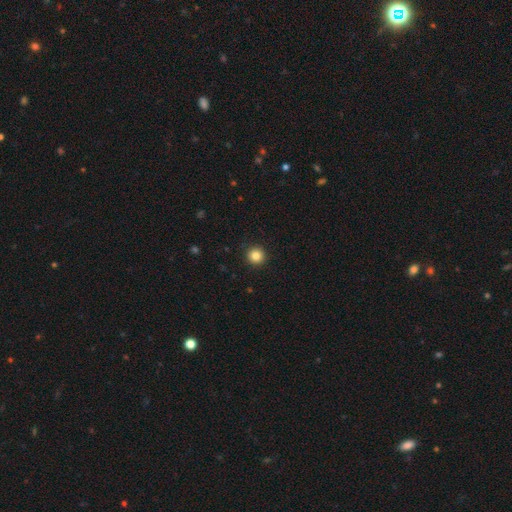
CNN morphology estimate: The model was most divided on "smooth or featured": smooth: 84%, star or artifact: 11%, featured or disk: 5%. More confident: how rounded — round (96%); merging — none (93%).